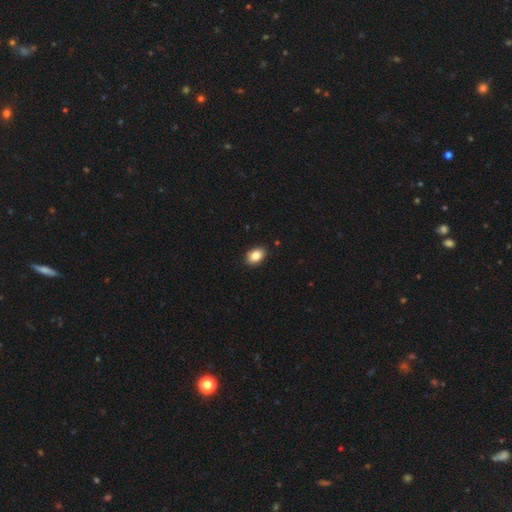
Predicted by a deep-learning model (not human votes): Smooth or featured: smooth — 84% (star or artifact — 8%)
How rounded: in between — 81% (round — 17%)
Merging: none — 90% (minor disturbance — 8%)